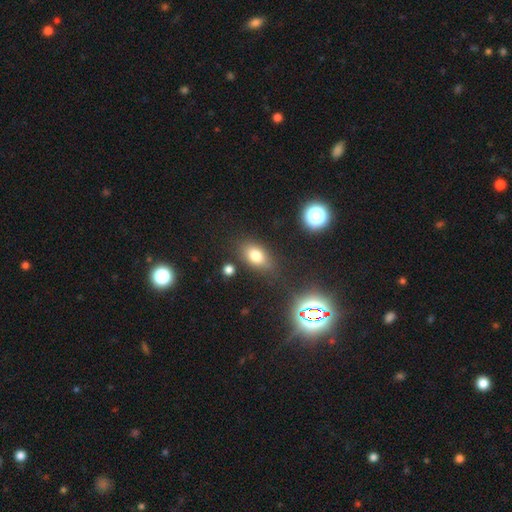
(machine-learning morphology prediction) The model was most divided on "smooth or featured": smooth: 74%, star or artifact: 15%, featured or disk: 10%. More confident: how rounded — in between (80%); merging — none (78%).